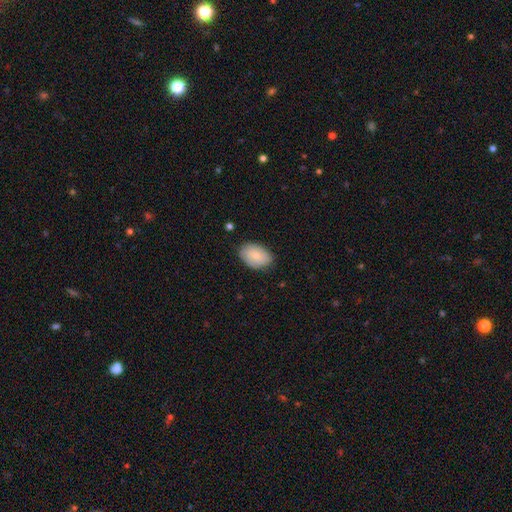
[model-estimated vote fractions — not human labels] A smooth galaxy with no disk features (75%) that is in between round and cigar-shaped (87%). Merging: none (79%).